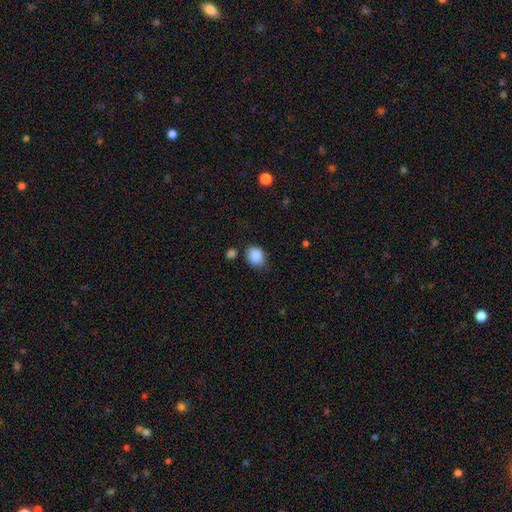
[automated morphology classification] type=smooth (87%); roundness=round (58%); merging=none (69%).